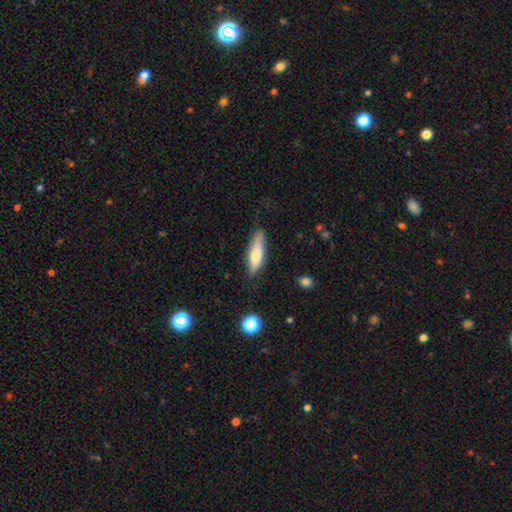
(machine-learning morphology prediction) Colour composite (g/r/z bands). It shows a smooth galaxy with no disk features (69%) that is cigar-shaped (60%). Merging: none (73%).